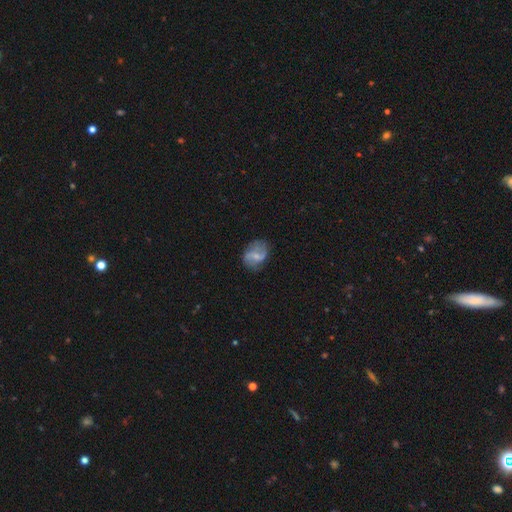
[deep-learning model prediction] A featured or disk galaxy (65%) with a weak bar (51%), 2 (82%) loose (53%) spiral arms (85%) and a small central bulge (54%). Merging: none (68%).